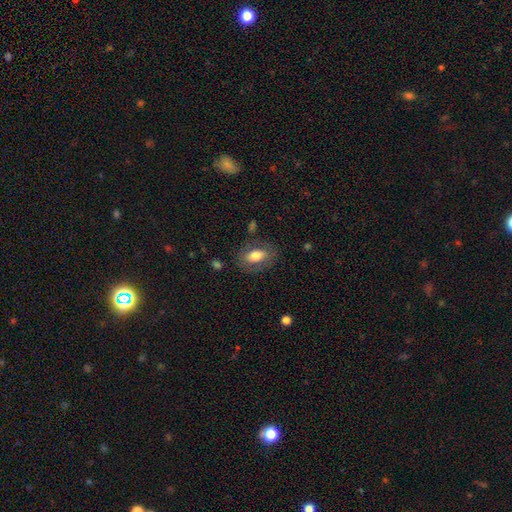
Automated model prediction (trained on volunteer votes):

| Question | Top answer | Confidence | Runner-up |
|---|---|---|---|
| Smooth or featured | smooth | 70% | featured or disk (22%) |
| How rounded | in between | 87% | round (10%) |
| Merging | none | 78% | minor disturbance (14%) |